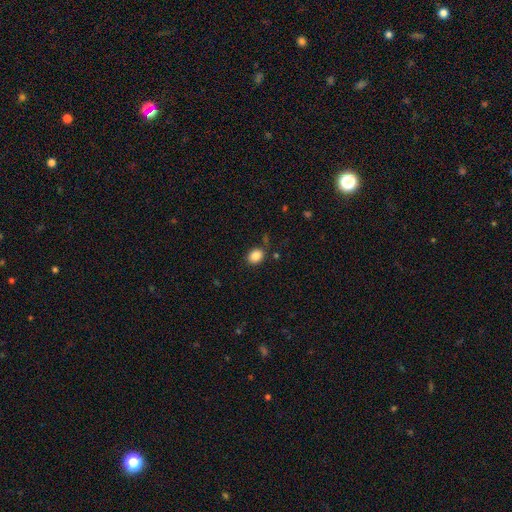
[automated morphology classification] Q: Smooth or featured?
A: smooth (85%); runner-up: star or artifact (10%)
Q: How rounded?
A: in between (53%); runner-up: round (46%)
Q: Merging?
A: none (80%); runner-up: minor disturbance (12%)